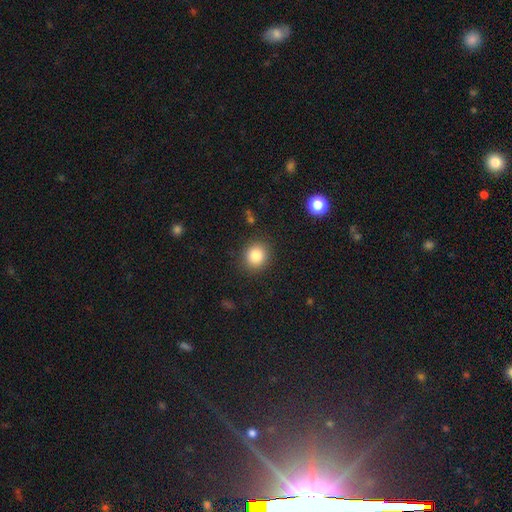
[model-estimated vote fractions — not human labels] Morphology: type=smooth (84%); roundness=round (84%); merging=none (89%).